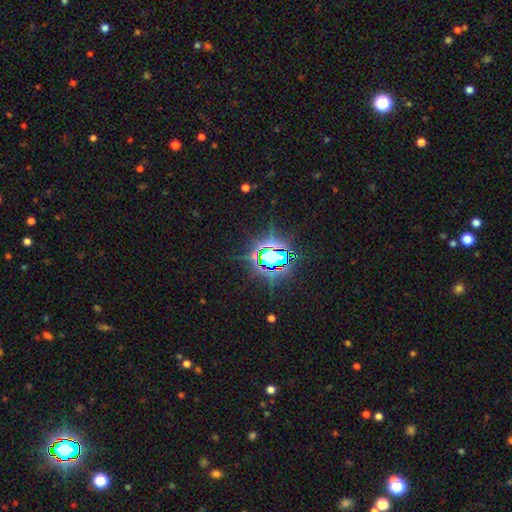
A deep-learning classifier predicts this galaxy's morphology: Smooth or featured? Predicted: star or artifact (p=0.85).